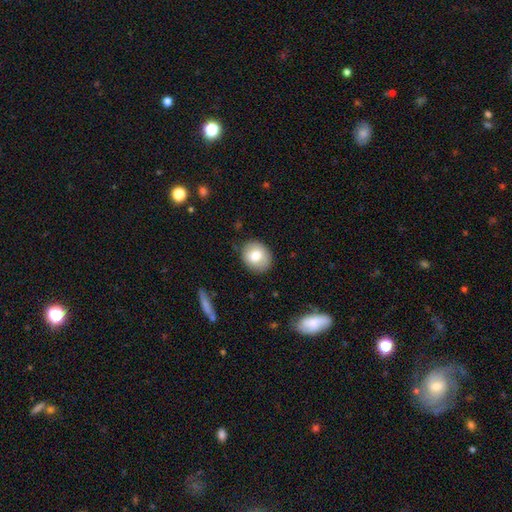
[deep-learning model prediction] Smooth or featured?
  - smooth: 76% *
  - featured or disk: 16%
  - star or artifact: 8%
How rounded?
  - round: 70% *
  - in between: 29%
  - cigar-shaped: 1%
Merging?
  - none: 84% *
  - minor disturbance: 12%
  - major disturbance: 3%
  - merger: 1%